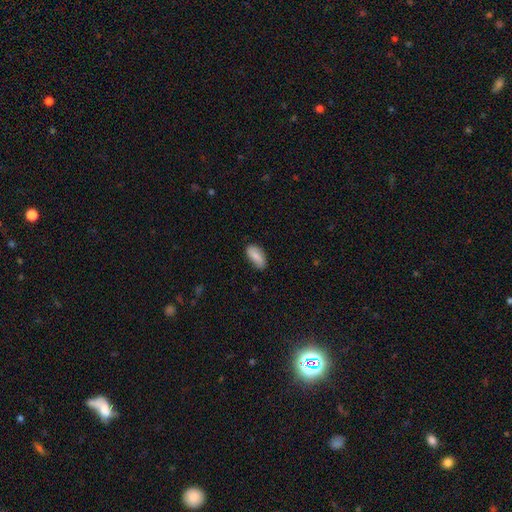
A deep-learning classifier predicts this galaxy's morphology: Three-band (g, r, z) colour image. It shows a smooth galaxy with no disk features (81%) that is in between round and cigar-shaped (89%). Merging: none (77%).